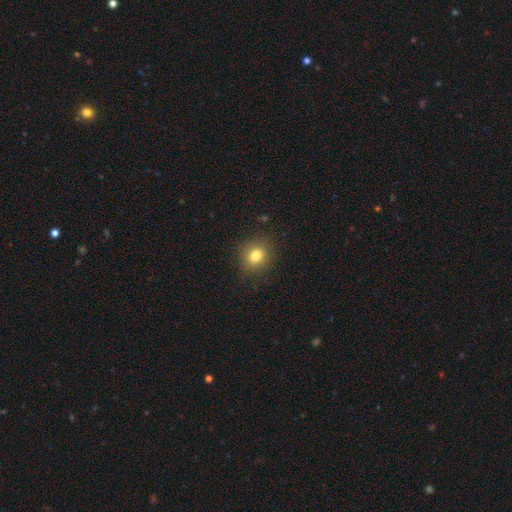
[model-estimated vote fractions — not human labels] Q: Smooth or featured?
A: smooth (80%); runner-up: star or artifact (12%)
Q: How rounded?
A: round (76%); runner-up: in between (23%)
Q: Merging?
A: none (87%); runner-up: minor disturbance (9%)